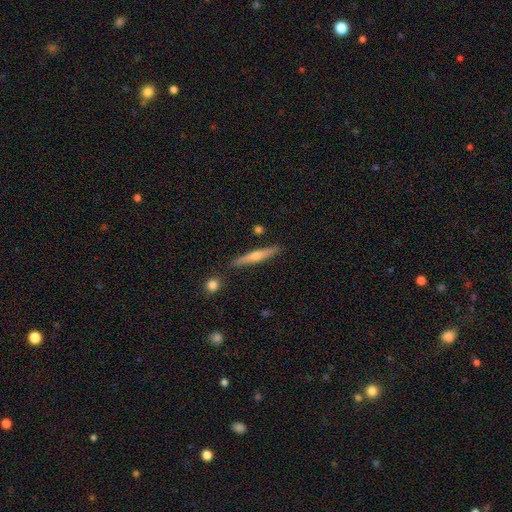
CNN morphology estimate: Q: Smooth or featured?
A: featured or disk (66%); runner-up: smooth (28%)
Q: Edge-on disk?
A: yes (97%); runner-up: no (3%)
Q: Edge-on bulge?
A: rounded (86%); runner-up: none (10%)
Q: Merging?
A: none (88%); runner-up: minor disturbance (7%)